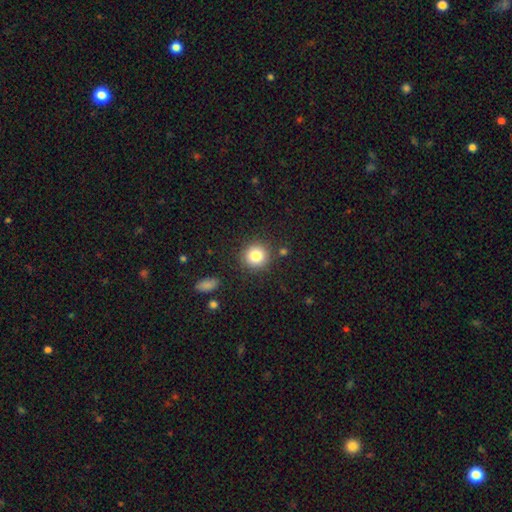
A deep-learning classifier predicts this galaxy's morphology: Smooth or featured? smooth (83%)
How rounded? round (91%)
Merging? none (87%)